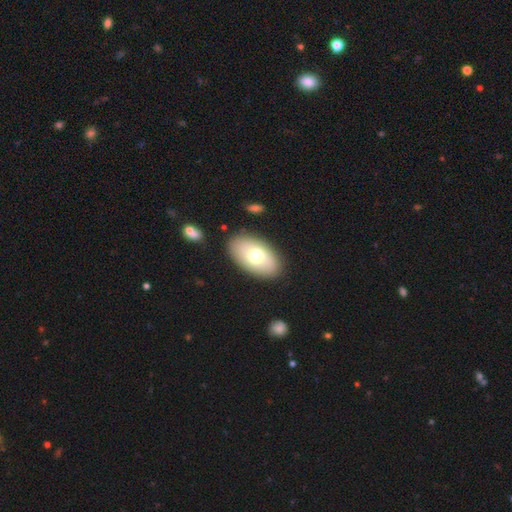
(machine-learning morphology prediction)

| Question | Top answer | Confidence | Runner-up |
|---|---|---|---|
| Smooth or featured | smooth | 69% | featured or disk (24%) |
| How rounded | in between | 93% | round (5%) |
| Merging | none | 86% | minor disturbance (9%) |